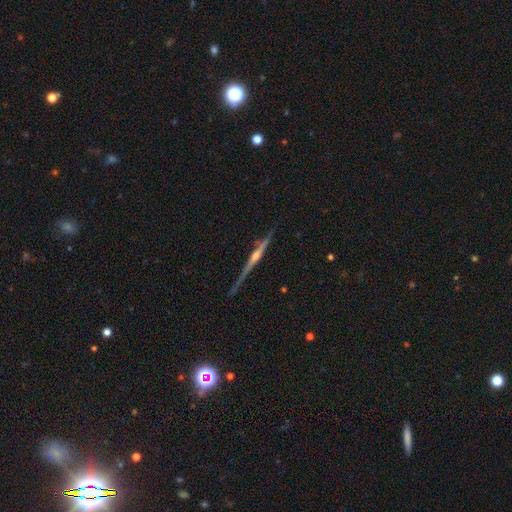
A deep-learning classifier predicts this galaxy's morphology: This appears to be a featured or disk galaxy (83%) viewed edge-on (98%) with a rounded central bulge (82%). Merging: none (82%).